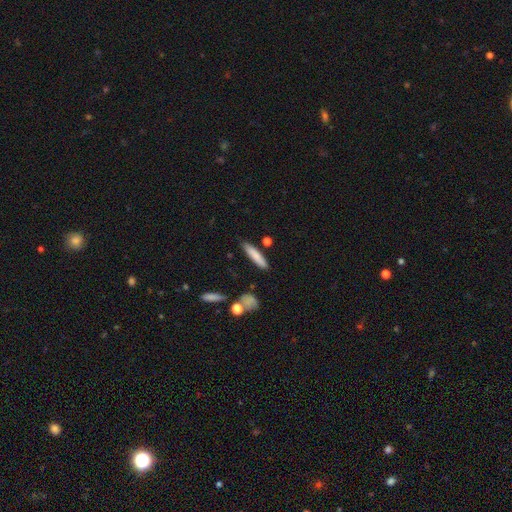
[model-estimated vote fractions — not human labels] This is likely a smooth galaxy (79%). How rounded: clearly cigar-shaped (85%). Merging: clearly none (83%).